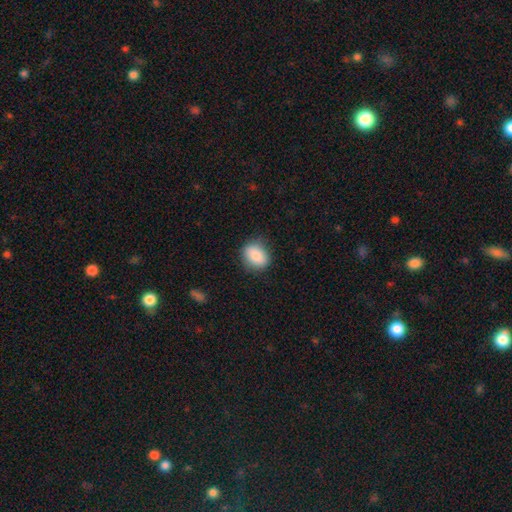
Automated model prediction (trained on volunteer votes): Overall: smooth (84%). How rounded: in between (53%; round 45%). Merging: none (81%).